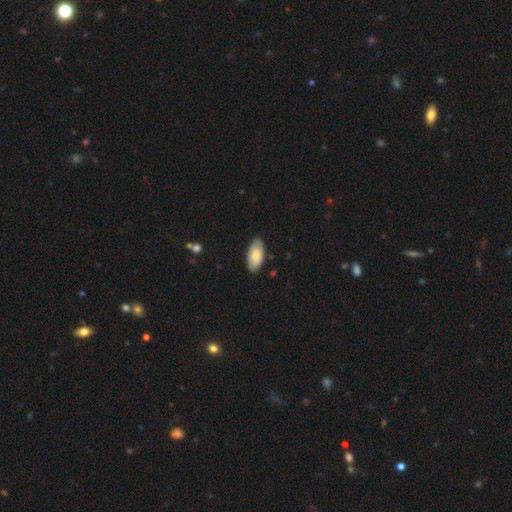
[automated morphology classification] Smooth or featured? smooth (78%)
How rounded? in between (94%)
Merging? none (83%)